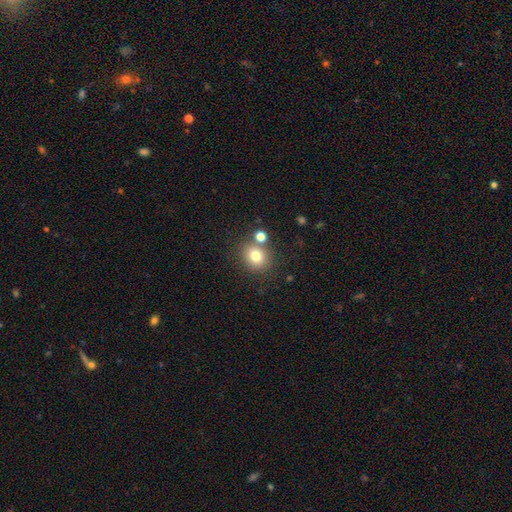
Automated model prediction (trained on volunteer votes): Smooth or featured? Predicted: smooth (p=0.78). How rounded? Predicted: round (p=0.77). Merging? Predicted: none (p=0.72).